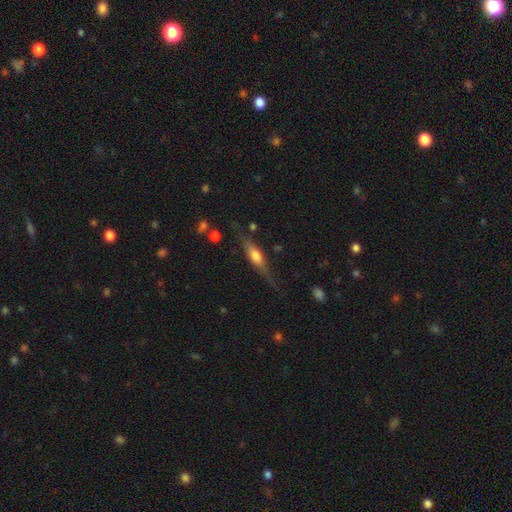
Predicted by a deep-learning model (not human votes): smooth_or_featured: featured or disk (p=0.50) [alt: smooth p=0.43]
disk_edge_on: yes (p=0.88) [alt: no p=0.12]
merging: none (p=0.68) [alt: minor disturbance p=0.21]